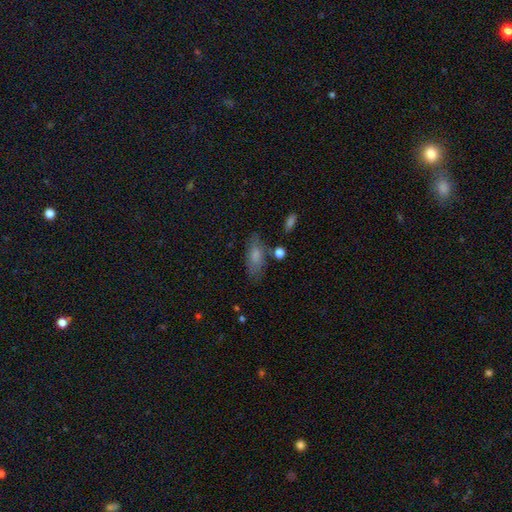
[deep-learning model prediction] Overall: smooth (75%). How rounded: in between (83%). Merging: none (66%).